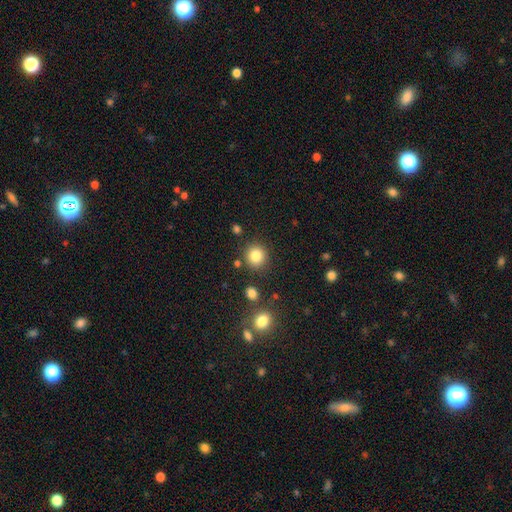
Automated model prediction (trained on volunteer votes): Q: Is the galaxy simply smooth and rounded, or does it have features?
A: smooth — 84%.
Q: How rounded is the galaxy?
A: round — 90%.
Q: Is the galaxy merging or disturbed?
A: none — 85%.